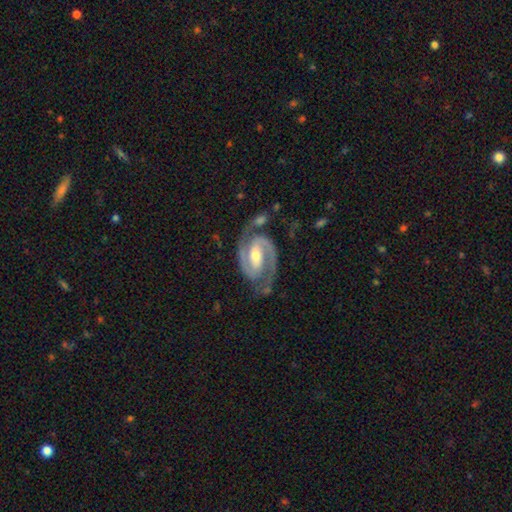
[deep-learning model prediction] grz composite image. It shows a featured or disk galaxy (93%) with a strong bar (48%), 2 (94%) medium (50%) spiral arms (98%) and a moderate central bulge (60%). Merging: none (76%).